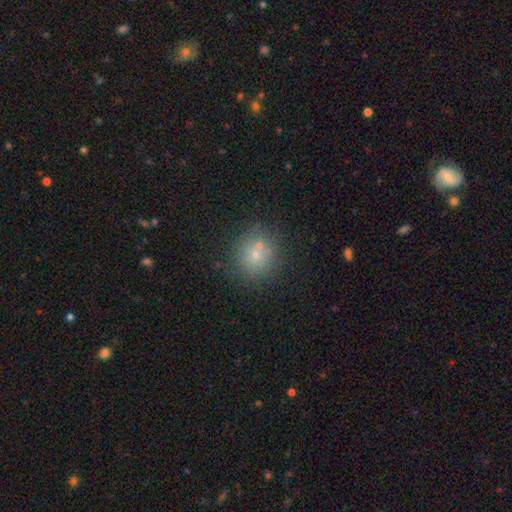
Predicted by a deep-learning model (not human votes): Smooth or featured?
  - smooth: 68% *
  - star or artifact: 17%
  - featured or disk: 15%
How rounded?
  - round: 91% *
  - in between: 8%
  - cigar-shaped: 1%
Merging?
  - none: 67% *
  - merger: 20%
  - minor disturbance: 9%
  - major disturbance: 3%